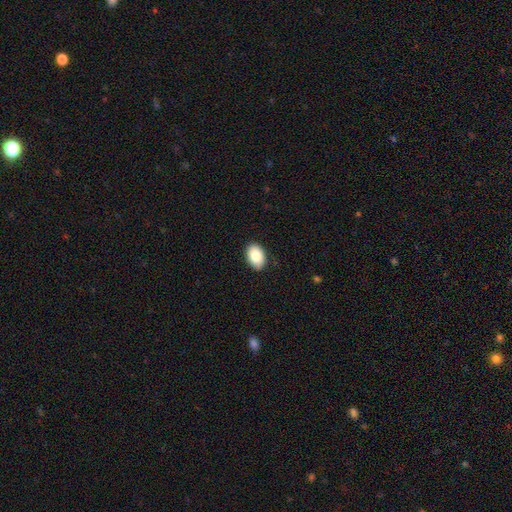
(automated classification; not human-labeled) The model was most divided on "merging": none: 86%, minor disturbance: 11%, major disturbance: 2%, merger: 1%. More confident: how rounded — in between (89%); smooth or featured — smooth (86%).